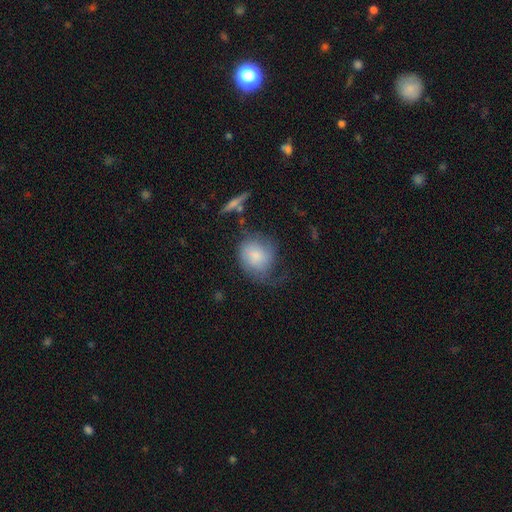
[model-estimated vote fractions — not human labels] Smooth or featured: smooth — 68% (featured or disk — 24%)
How rounded: round — 68% (in between — 31%)
Merging: none — 36% (minor disturbance — 30%)